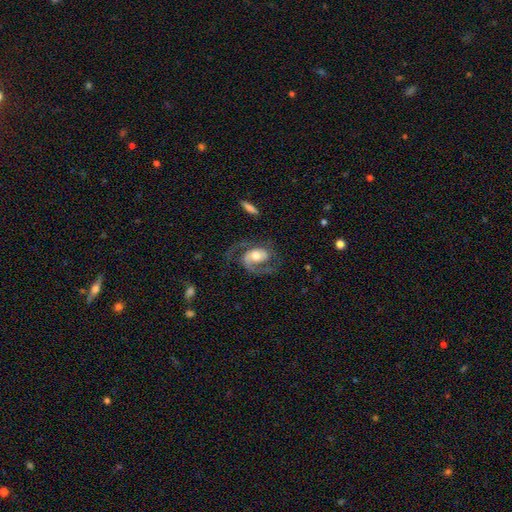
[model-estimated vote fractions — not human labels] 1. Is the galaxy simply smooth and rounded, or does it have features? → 84% featured or disk, 11% smooth, 5% star or artifact.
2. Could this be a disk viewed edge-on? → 97% no, 3% yes.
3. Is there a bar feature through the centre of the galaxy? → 56% no, 32% weak, 13% strong.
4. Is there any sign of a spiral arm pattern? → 95% yes, 5% no.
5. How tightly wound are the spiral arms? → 53% medium, 27% loose, 20% tight.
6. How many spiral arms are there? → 74% 2, 19% 1, 3% can't tell, 2% 3, 1% 4, 1% more than 4.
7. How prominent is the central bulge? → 66% moderate, 16% large, 14% small, 2% dominant, 2% none.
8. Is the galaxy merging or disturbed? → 58% none, 24% major disturbance, 16% minor disturbance, 2% merger.